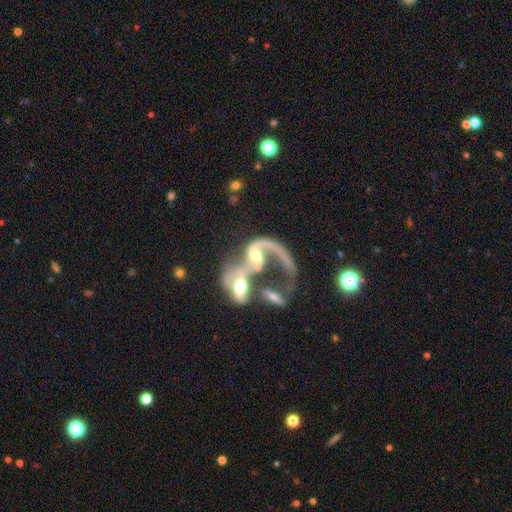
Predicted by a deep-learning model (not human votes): A featured or disk galaxy (76%) with no bar (47%), 1 (59%) loose (78%) spiral arms (80%) and a moderate central bulge (55%).

Vote fractions:
- Smooth or featured? featured or disk: 76% / smooth: 16% / star or artifact: 9%
- Edge-on disk? no: 95% / yes: 5%
- Bar? no: 47% / weak: 35% / strong: 19%
- Spiral arms? yes: 80% / no: 20%
- Spiral winding? loose: 78% / medium: 16% / tight: 5%
- Spiral arm count? 1: 59% / 2: 31% / can't tell: 7% / 3: 1% / 4: 1% / more than 4: 1%
- Bulge size? moderate: 55% / small: 23% / large: 12% / none: 9% / dominant: 2%
- Merging? merger: 70% / major disturbance: 17% / none: 9% / minor disturbance: 4%